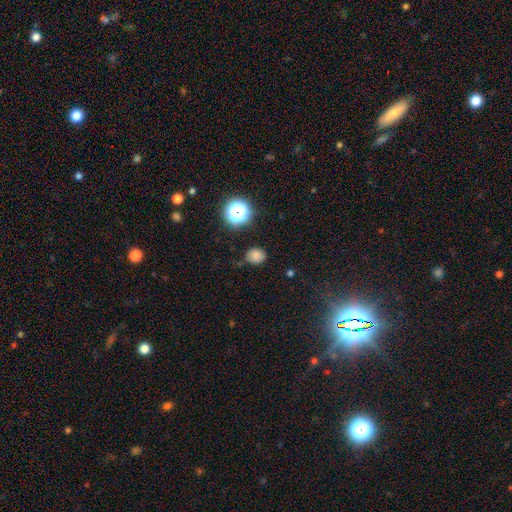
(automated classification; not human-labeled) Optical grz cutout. It shows a smooth galaxy with no disk features (77%) that is round (57%). Merging: none (78%).